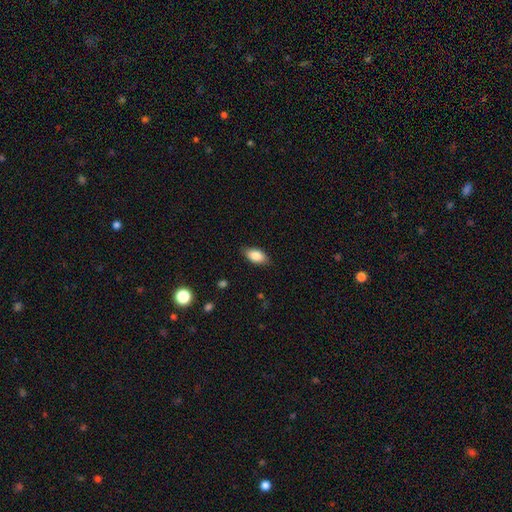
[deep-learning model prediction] A smooth galaxy with no disk features (86%) that is in between round and cigar-shaped (91%). Merging: none (84%).